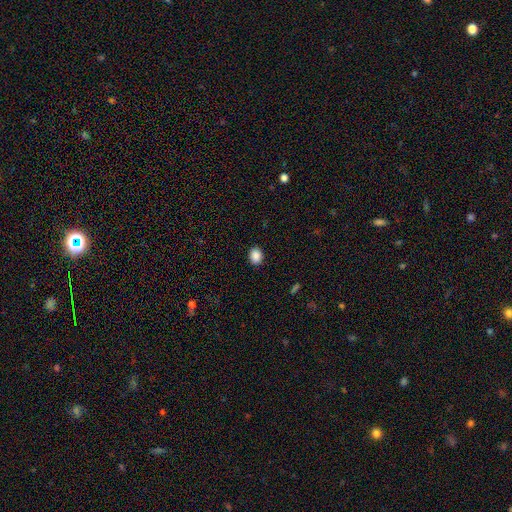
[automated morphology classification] smooth_or_featured: smooth (p=0.88) [alt: star or artifact p=0.09]
how_rounded: round (p=0.53) [alt: in between p=0.46]
merging: none (p=0.90) [alt: minor disturbance p=0.07]